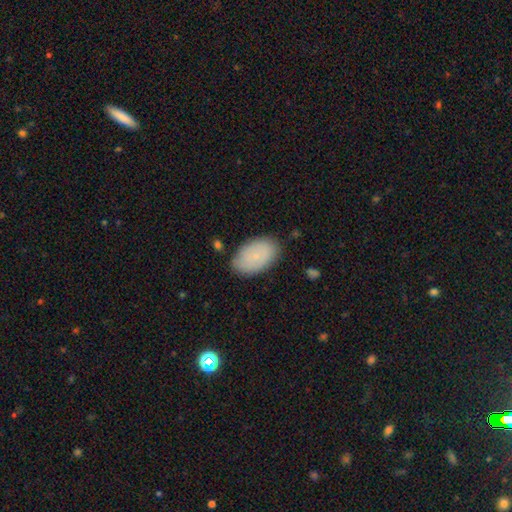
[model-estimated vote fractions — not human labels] A smooth galaxy with no disk features (76%) that is in between round and cigar-shaped (93%). Merging: none (80%).